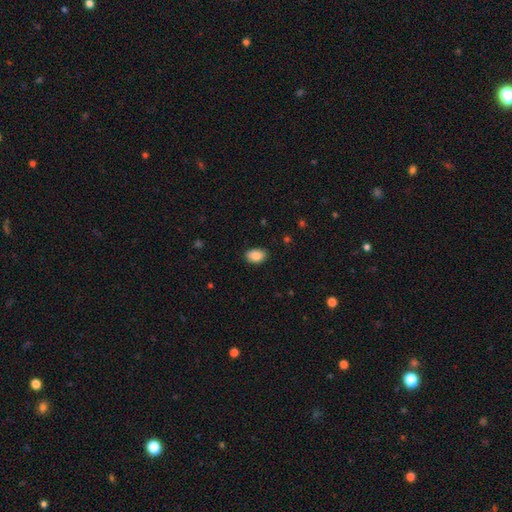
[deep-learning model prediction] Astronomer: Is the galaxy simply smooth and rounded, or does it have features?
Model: smooth — 88%.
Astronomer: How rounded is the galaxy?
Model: in between — 87%.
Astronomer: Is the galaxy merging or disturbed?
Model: none — 87%.